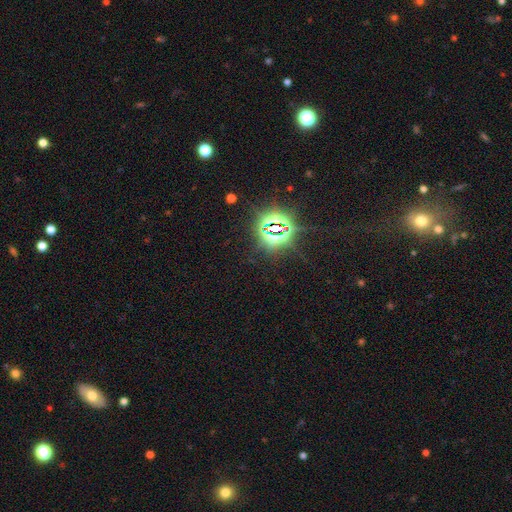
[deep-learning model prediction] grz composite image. It shows a star or artifact, not a galaxy (81%).